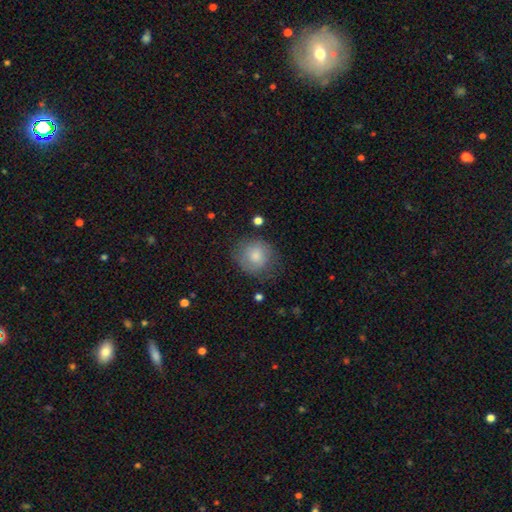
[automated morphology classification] smooth_or_featured: smooth (p=0.75) [alt: featured or disk p=0.17]
how_rounded: round (p=0.83) [alt: in between p=0.16]
merging: none (p=0.69) [alt: minor disturbance p=0.21]